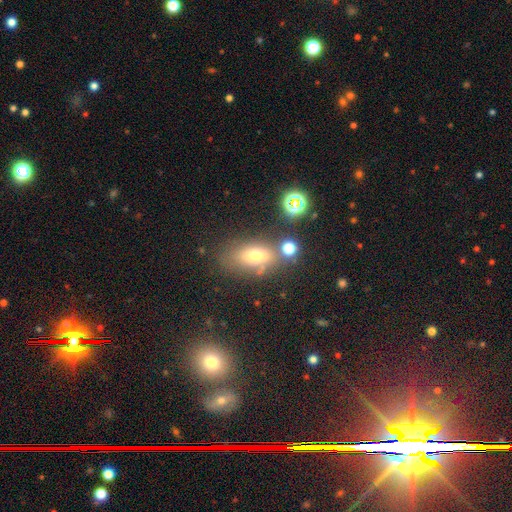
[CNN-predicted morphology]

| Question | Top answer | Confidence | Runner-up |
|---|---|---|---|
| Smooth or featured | smooth | 65% | star or artifact (18%) |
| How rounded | in between | 78% | round (13%) |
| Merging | none | 66% | minor disturbance (15%) |